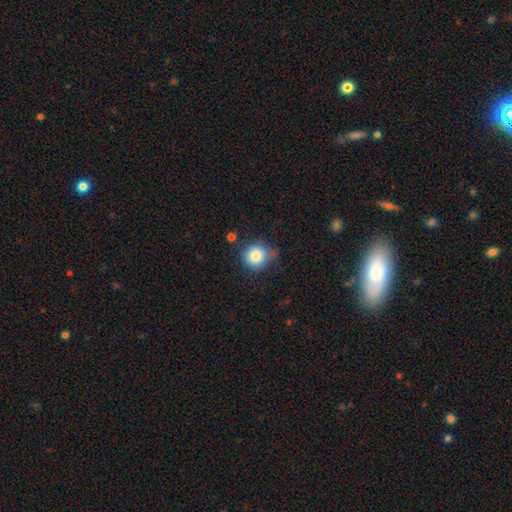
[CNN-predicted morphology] A smooth galaxy with no disk features (83%) that is round (88%). Merging: none (58%).